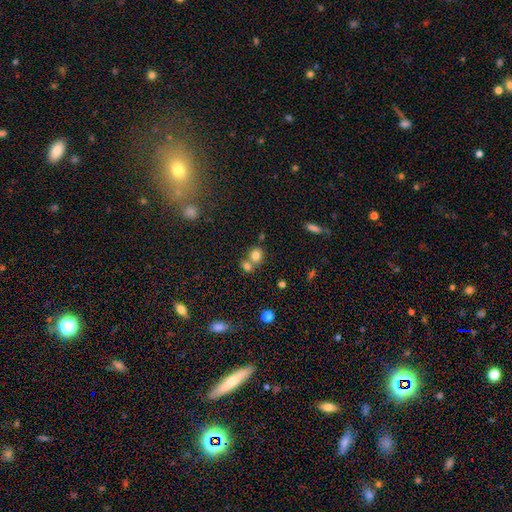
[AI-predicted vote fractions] The model was most divided on "merging": none: 47%, merger: 42%, minor disturbance: 8%, major disturbance: 3%. More confident: smooth or featured — smooth (78%); how rounded — round (74%).